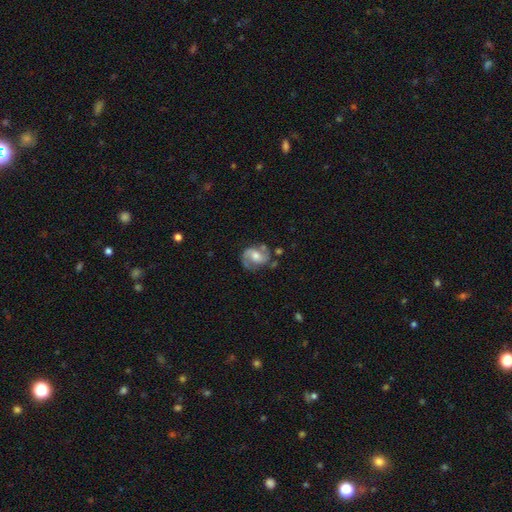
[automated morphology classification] Smooth or featured? featured or disk (79%)
Edge-on disk? no (98%)
Bar? no (46%)
Spiral arms? yes (94%)
Spiral winding? medium (52%)
Spiral arm count? 2 (83%)
Bulge size? moderate (63%)
Merging? none (64%)